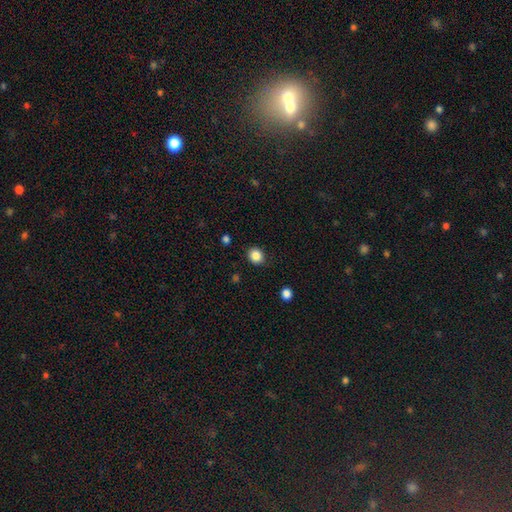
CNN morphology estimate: Smooth or featured?
  - smooth: 85% *
  - star or artifact: 11%
  - featured or disk: 4%
How rounded?
  - round: 72% *
  - in between: 27%
  - cigar-shaped: 1%
Merging?
  - none: 86% *
  - minor disturbance: 10%
  - major disturbance: 3%
  - merger: 1%